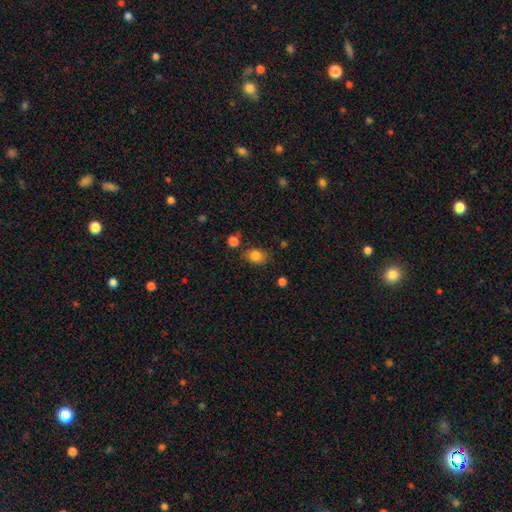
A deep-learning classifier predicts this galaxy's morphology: smooth_or_featured: smooth (p=0.83) [alt: star or artifact p=0.10]
how_rounded: in between (p=0.64) [alt: round p=0.35]
merging: none (p=0.74) [alt: minor disturbance p=0.17]